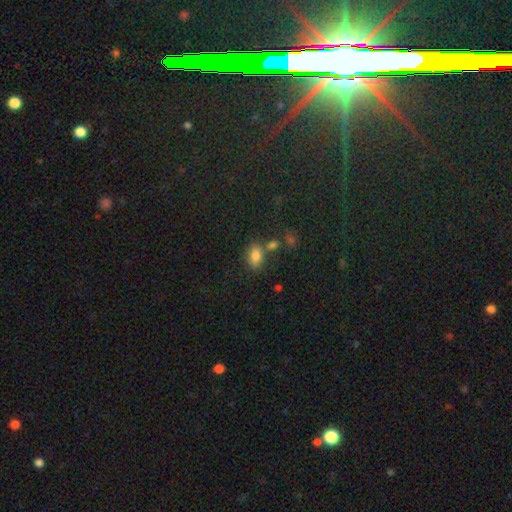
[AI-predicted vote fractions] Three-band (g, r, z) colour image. It shows a smooth galaxy with no disk features (82%) that is in between round and cigar-shaped (85%). Merging: none (61%).